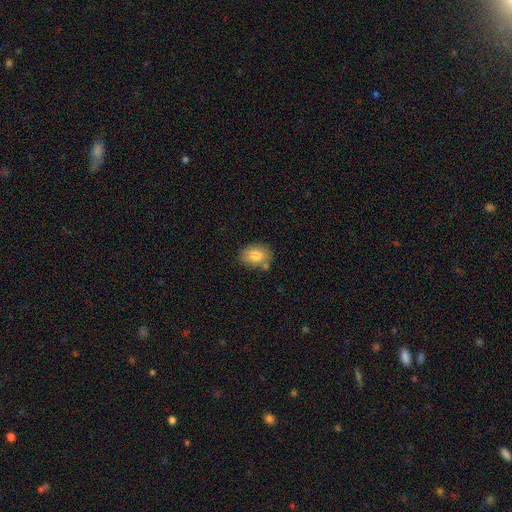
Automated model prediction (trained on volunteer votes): Smooth or featured? Predicted: smooth (p=0.82). How rounded? Predicted: in between (p=0.67). Merging? Predicted: none (p=0.71).